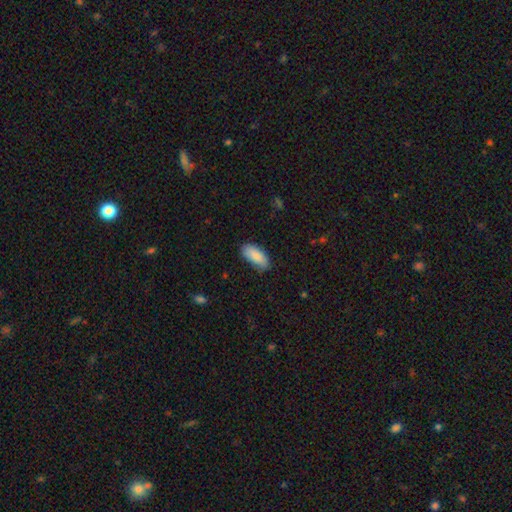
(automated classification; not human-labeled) Overall: smooth (87%). How rounded: in between (89%). Merging: none (76%).